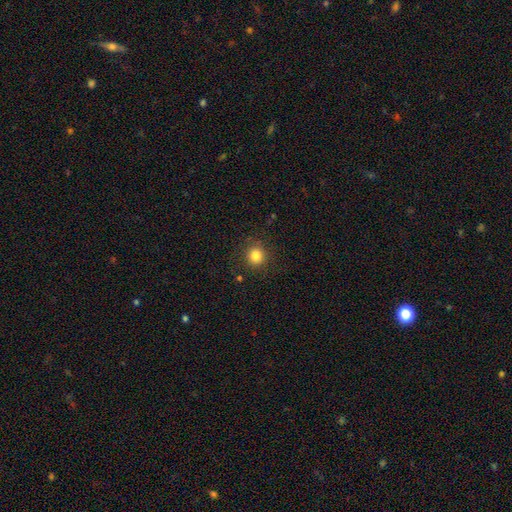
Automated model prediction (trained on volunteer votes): Smooth or featured?
  - smooth: 82% *
  - star or artifact: 12%
  - featured or disk: 6%
How rounded?
  - round: 92% *
  - in between: 7%
  - cigar-shaped: 1%
Merging?
  - none: 87% *
  - minor disturbance: 8%
  - major disturbance: 3%
  - merger: 1%